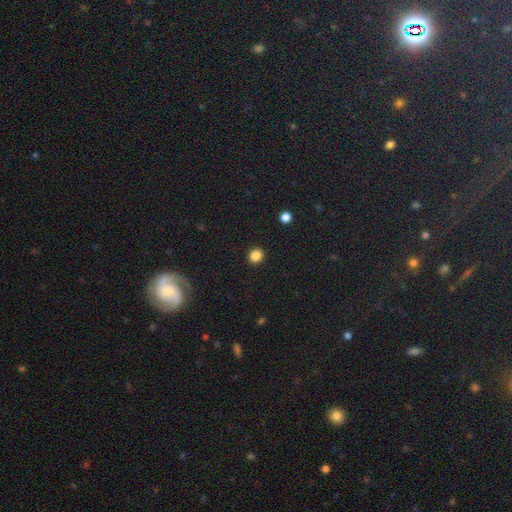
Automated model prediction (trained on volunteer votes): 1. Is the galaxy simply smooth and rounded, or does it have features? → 86% smooth, 11% star or artifact, 3% featured or disk.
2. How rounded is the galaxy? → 72% round, 27% in between, 1% cigar-shaped.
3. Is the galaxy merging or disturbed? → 92% none, 5% minor disturbance, 2% major disturbance, 1% merger.